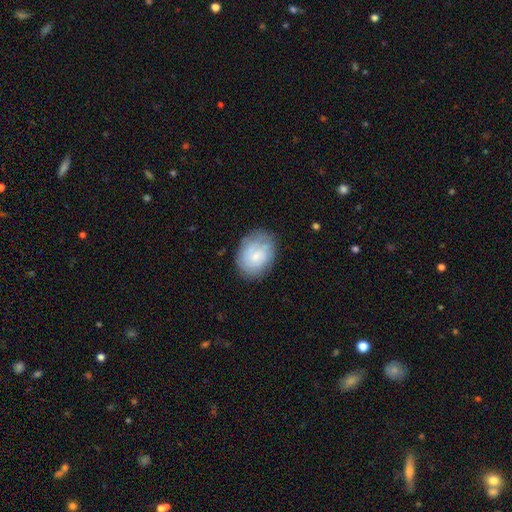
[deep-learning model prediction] A smooth galaxy with no disk features (57%) that is in between round and cigar-shaped (60%).

Vote fractions:
- Smooth or featured? smooth: 57% / featured or disk: 35% / star or artifact: 8%
- How rounded? in between: 60% / round: 39% / cigar-shaped: 1%
- Merging? none: 70% / minor disturbance: 21% / major disturbance: 8% / merger: 2%